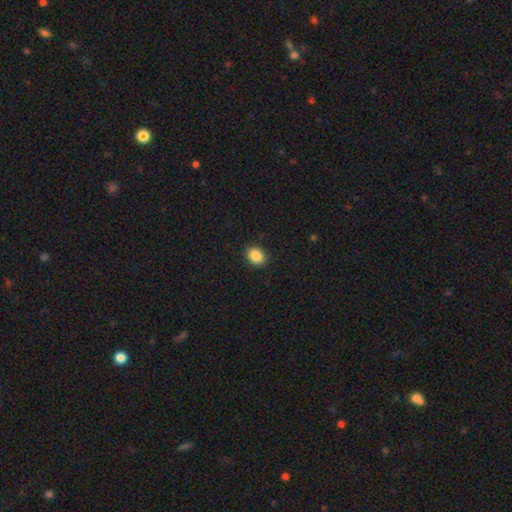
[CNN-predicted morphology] smooth-or-featured: smooth: 87% | star or artifact: 9% | featured or disk: 4%
  how-rounded: in between: 61% | round: 38% | cigar-shaped: 1%
  merging: none: 90% | minor disturbance: 7% | major disturbance: 2% | merger: 1%